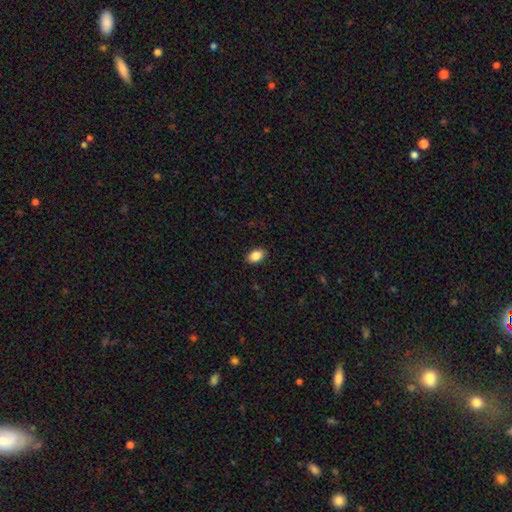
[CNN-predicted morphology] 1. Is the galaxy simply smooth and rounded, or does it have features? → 87% smooth, 8% star or artifact, 5% featured or disk.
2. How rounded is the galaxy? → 87% in between, 11% round, 1% cigar-shaped.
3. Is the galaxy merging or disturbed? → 89% none, 8% minor disturbance, 2% major disturbance, 1% merger.